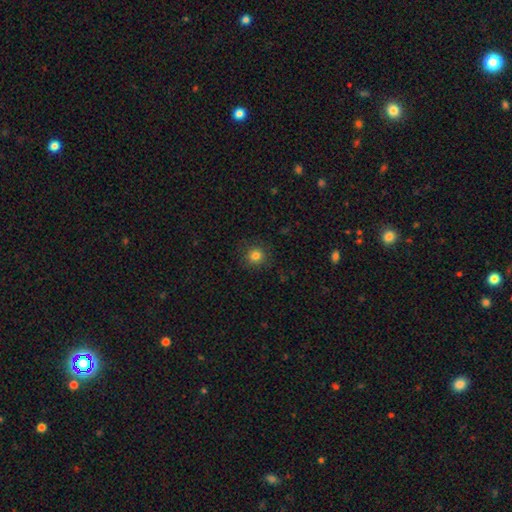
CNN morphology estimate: Smooth or featured?
  - smooth: 81% *
  - star or artifact: 13%
  - featured or disk: 6%
How rounded?
  - round: 92% *
  - in between: 7%
  - cigar-shaped: 1%
Merging?
  - none: 88% *
  - minor disturbance: 8%
  - major disturbance: 3%
  - merger: 1%